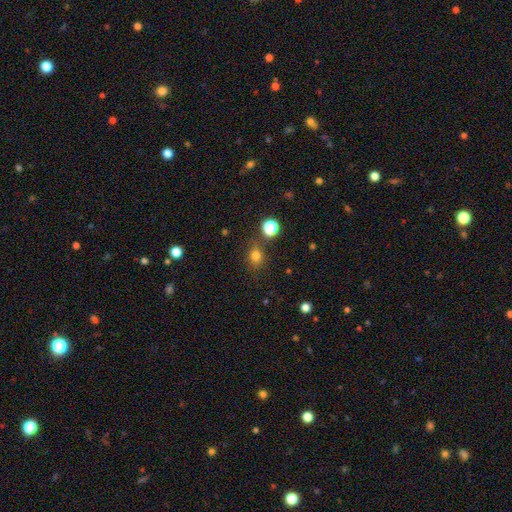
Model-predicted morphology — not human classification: Smooth or featured? smooth (77%)
How rounded? round (68%)
Merging? none (79%)